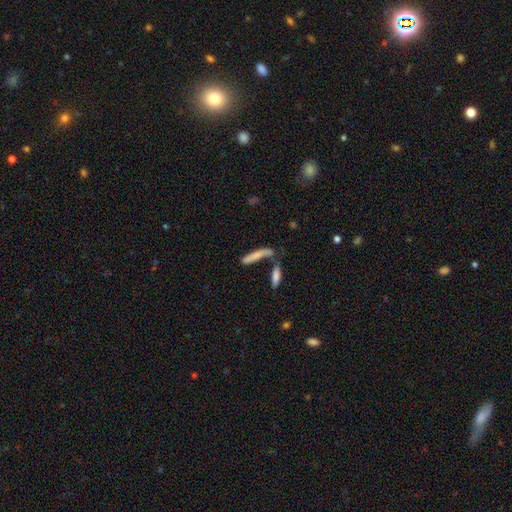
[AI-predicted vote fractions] This appears to be a smooth galaxy with no disk features (71%) that is cigar-shaped (84%). Merging: none (43%).